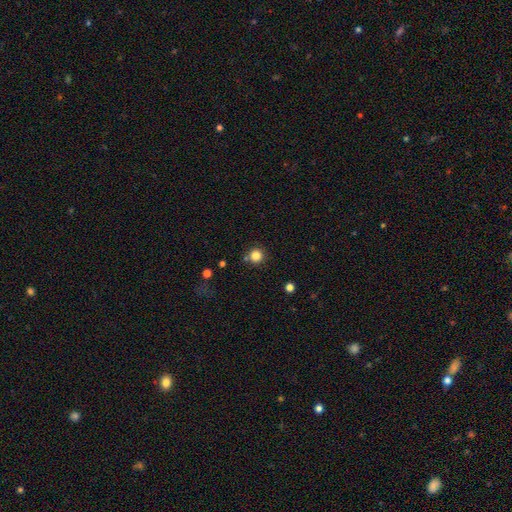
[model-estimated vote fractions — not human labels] Q: Smooth or featured?
A: smooth (83%); runner-up: star or artifact (12%)
Q: How rounded?
A: round (94%); runner-up: in between (5%)
Q: Merging?
A: none (82%); runner-up: minor disturbance (9%)